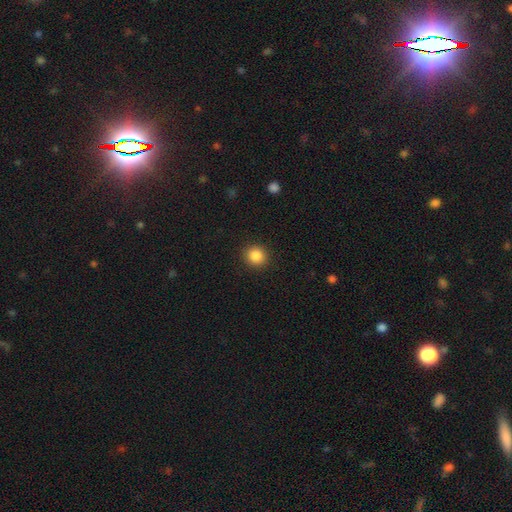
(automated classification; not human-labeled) The model was most divided on "smooth or featured": smooth: 87%, star or artifact: 10%, featured or disk: 4%. More confident: merging — none (91%); how rounded — round (91%).